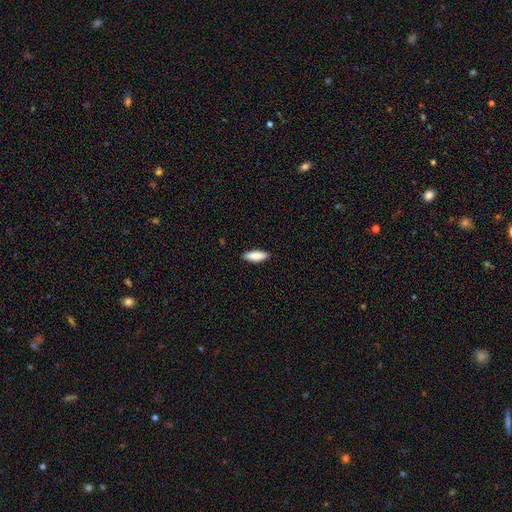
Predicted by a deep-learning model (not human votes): Smooth or featured?
  - smooth: 87% *
  - featured or disk: 7%
  - star or artifact: 5%
How rounded?
  - in between: 64% *
  - cigar-shaped: 34%
  - round: 2%
Merging?
  - none: 89% *
  - minor disturbance: 9%
  - major disturbance: 2%
  - merger: 1%